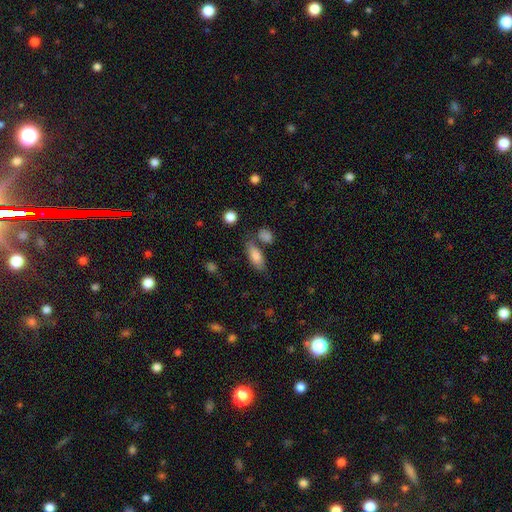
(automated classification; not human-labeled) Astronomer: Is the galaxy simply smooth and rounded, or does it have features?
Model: smooth — 81%.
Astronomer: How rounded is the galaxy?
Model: in between — 79%.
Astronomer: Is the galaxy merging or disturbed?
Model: none — 64%.